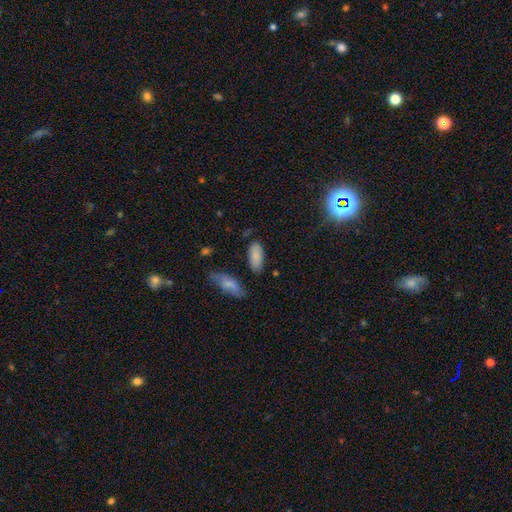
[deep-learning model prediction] Overall: smooth (85%). How rounded: in between (89%). Merging: none (75%).